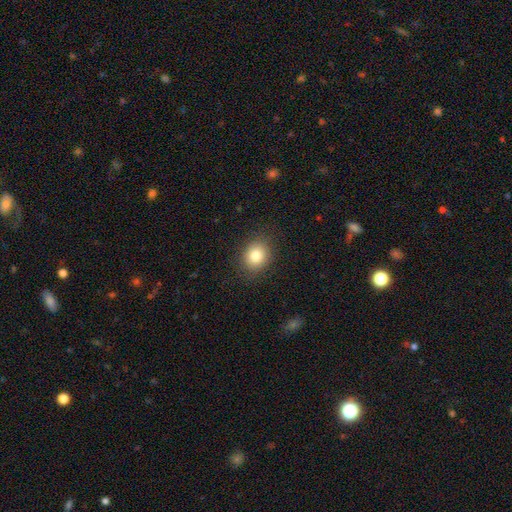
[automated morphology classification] smooth_or_featured: smooth (p=0.81) [alt: star or artifact p=0.10]
how_rounded: round (p=0.61) [alt: in between p=0.38]
merging: none (p=0.86) [alt: minor disturbance p=0.09]